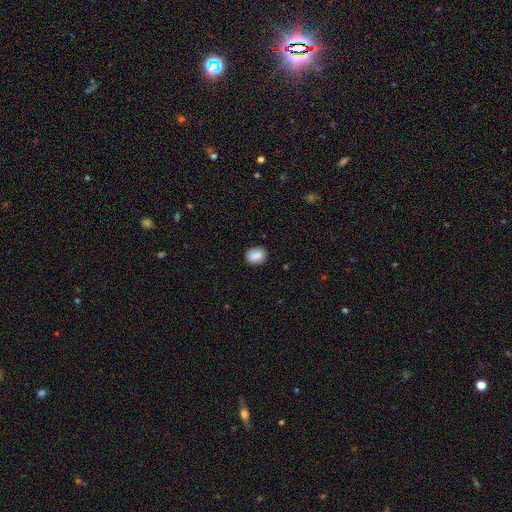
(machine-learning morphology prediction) Smooth or featured: smooth — 86% (star or artifact — 8%)
How rounded: in between — 60% (round — 39%)
Merging: none — 84% (minor disturbance — 12%)